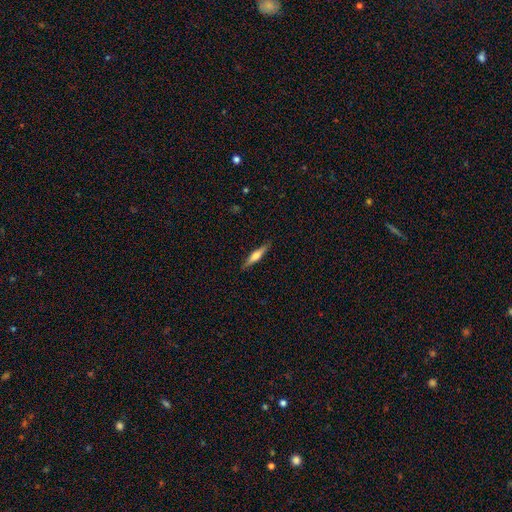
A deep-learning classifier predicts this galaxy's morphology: Overall: smooth (50%; featured or disk 44%). How rounded: cigar-shaped (85%). Merging: none (88%).